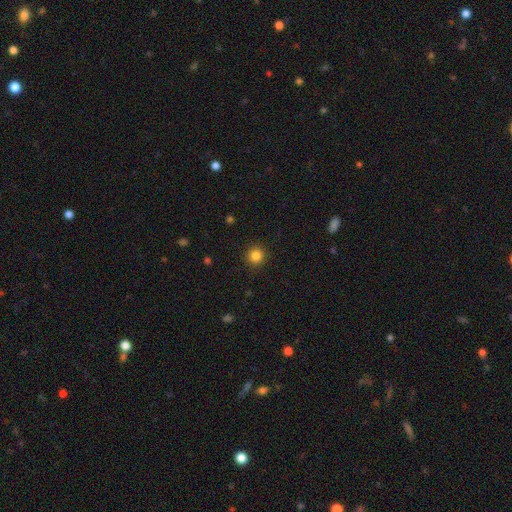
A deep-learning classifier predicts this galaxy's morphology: Q: Smooth or featured?
A: smooth (85%); runner-up: star or artifact (12%)
Q: How rounded?
A: round (94%); runner-up: in between (6%)
Q: Merging?
A: none (91%); runner-up: minor disturbance (6%)